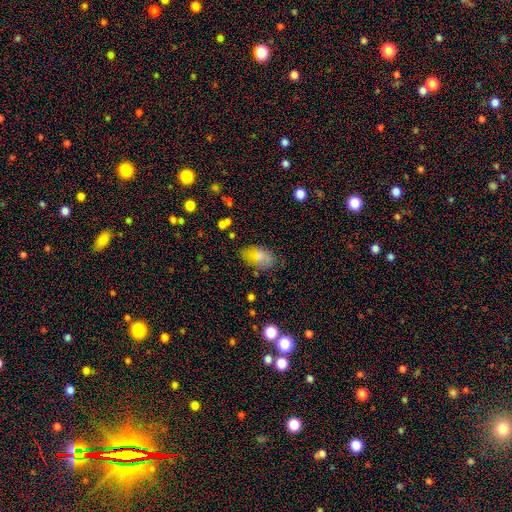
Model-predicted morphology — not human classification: A smooth galaxy with no disk features (69%) that is in between round and cigar-shaped (90%). Merging: none (73%).